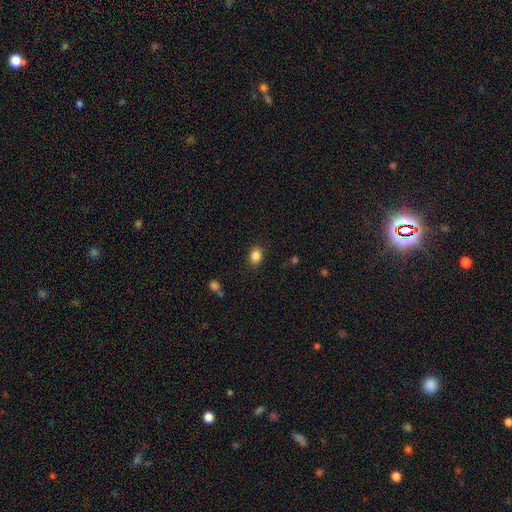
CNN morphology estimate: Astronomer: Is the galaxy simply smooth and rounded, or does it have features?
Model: smooth — 86%.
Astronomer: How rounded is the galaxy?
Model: in between — 62%.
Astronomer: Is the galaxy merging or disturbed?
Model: none — 86%.